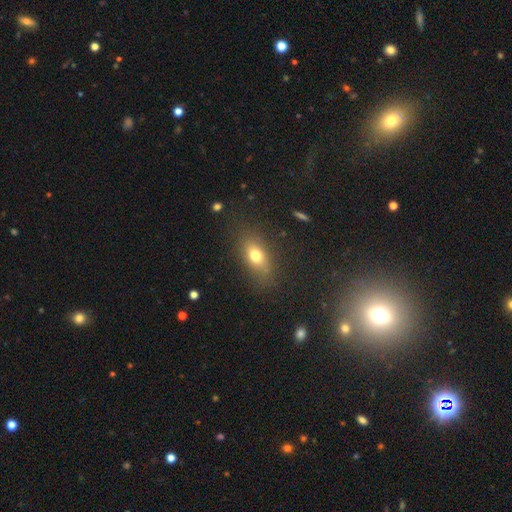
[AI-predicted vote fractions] This is likely a smooth galaxy (73%). How rounded: likely in between (75%). Merging: likely none (78%).